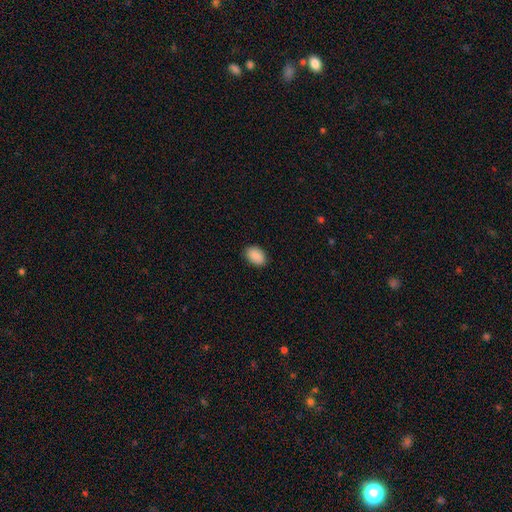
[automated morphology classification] Smooth or featured?
  - smooth: 90% *
  - star or artifact: 7%
  - featured or disk: 3%
How rounded?
  - in between: 84% *
  - round: 15%
  - cigar-shaped: 1%
Merging?
  - none: 88% *
  - minor disturbance: 9%
  - major disturbance: 2%
  - merger: 1%